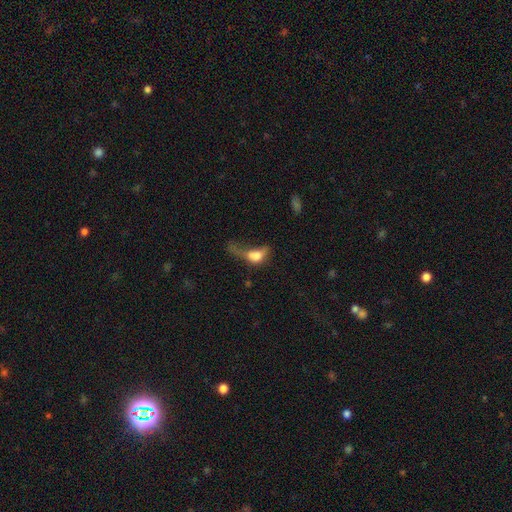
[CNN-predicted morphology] A smooth galaxy with no disk features (62%) that is in between round and cigar-shaped (72%).

Vote fractions:
- Smooth or featured? smooth: 62% / featured or disk: 27% / star or artifact: 11%
- How rounded? in between: 72% / round: 20% / cigar-shaped: 8%
- Merging? major disturbance: 59% / merger: 18% / none: 12% / minor disturbance: 11%